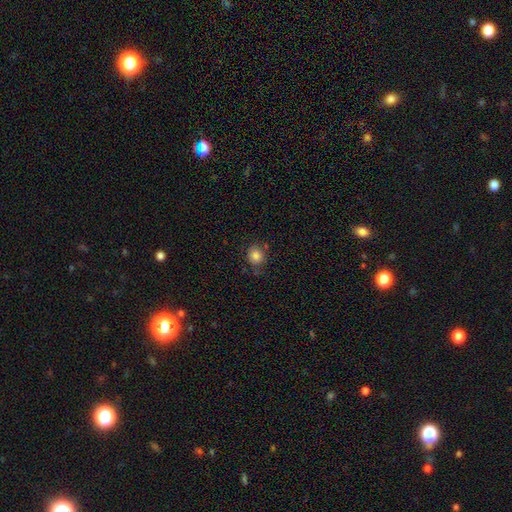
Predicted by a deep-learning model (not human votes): Smooth or featured? Predicted: smooth (p=0.83). How rounded? Predicted: round (p=0.86). Merging? Predicted: none (p=0.77).